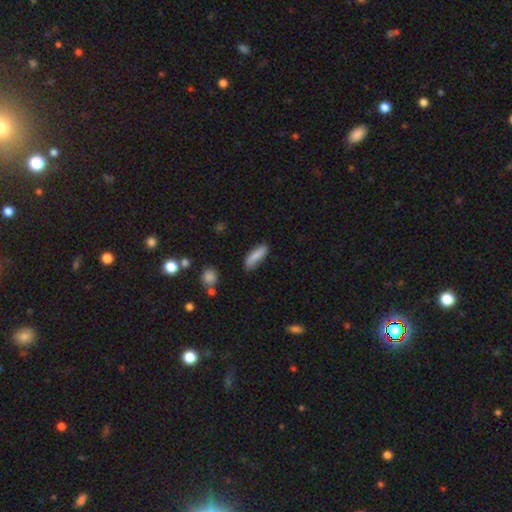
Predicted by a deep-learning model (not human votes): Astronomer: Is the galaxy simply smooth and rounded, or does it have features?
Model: smooth — 83%.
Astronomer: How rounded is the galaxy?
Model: cigar-shaped — 52% (runner-up: in between, 46%).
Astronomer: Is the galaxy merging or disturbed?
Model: none — 76%.